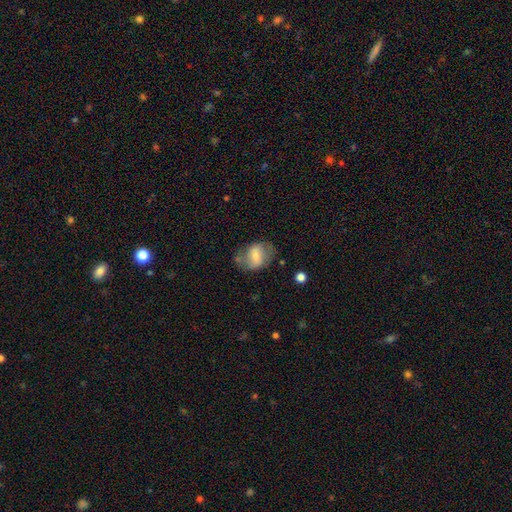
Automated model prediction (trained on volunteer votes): Smooth or featured: smooth — 53% (featured or disk — 39%)
How rounded: in between — 67% (round — 31%)
Merging: none — 56% (minor disturbance — 26%)